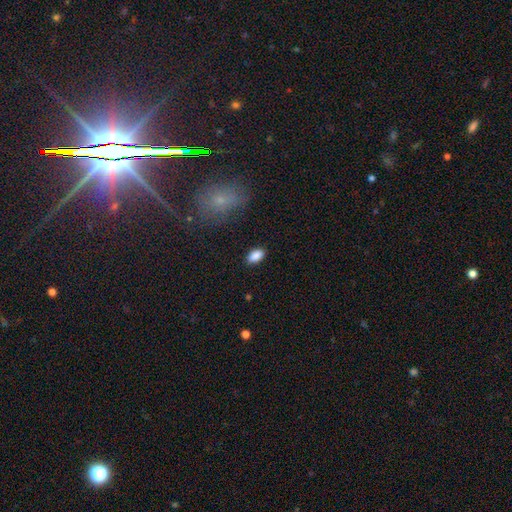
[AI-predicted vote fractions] This is clearly a smooth galaxy (88%). How rounded: clearly in between (92%). Merging: clearly none (86%).